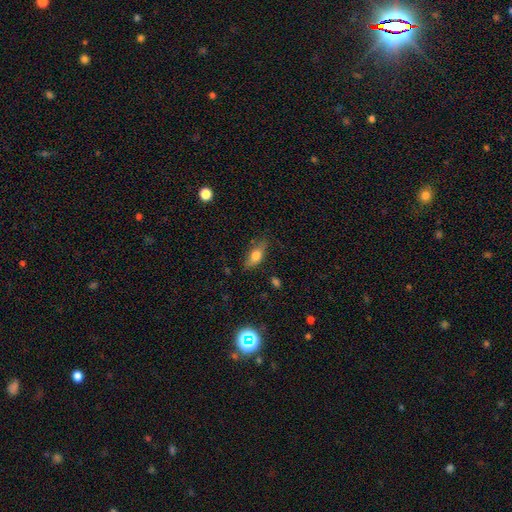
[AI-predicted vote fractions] The model was most divided on "merging": none: 75%, minor disturbance: 19%, major disturbance: 4%, merger: 2%. More confident: how rounded — in between (79%); smooth or featured — smooth (74%).